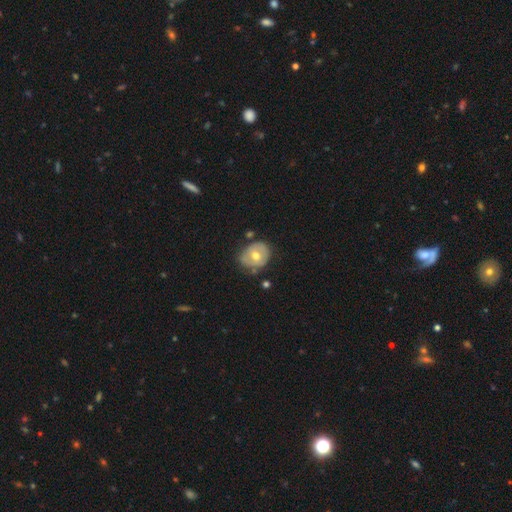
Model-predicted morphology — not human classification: smooth_or_featured: smooth (p=0.48) [alt: featured or disk p=0.45]
merging: none (p=0.63) [alt: minor disturbance p=0.25]